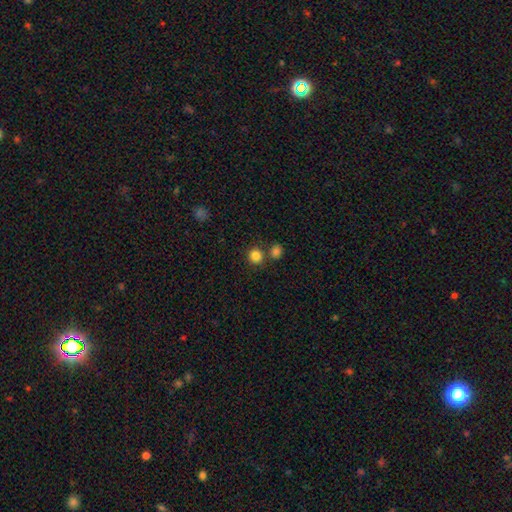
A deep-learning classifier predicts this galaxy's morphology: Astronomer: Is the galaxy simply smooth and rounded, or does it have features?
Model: smooth — 83%.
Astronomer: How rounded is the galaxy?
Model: round — 91%.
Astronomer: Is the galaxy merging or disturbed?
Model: none — 75%.